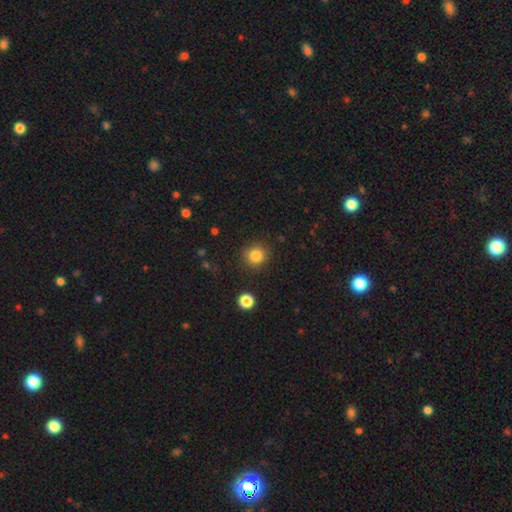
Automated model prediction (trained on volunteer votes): Smooth or featured?
  - smooth: 84% *
  - star or artifact: 11%
  - featured or disk: 5%
How rounded?
  - round: 91% *
  - in between: 8%
  - cigar-shaped: 1%
Merging?
  - none: 88% *
  - minor disturbance: 8%
  - major disturbance: 3%
  - merger: 2%